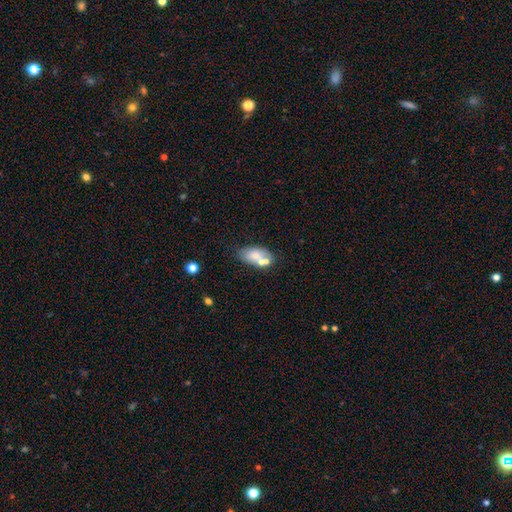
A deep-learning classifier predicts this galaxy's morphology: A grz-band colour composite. It shows a smooth galaxy with no disk features (67%) that is in between round and cigar-shaped (89%). Merging: none (50%).